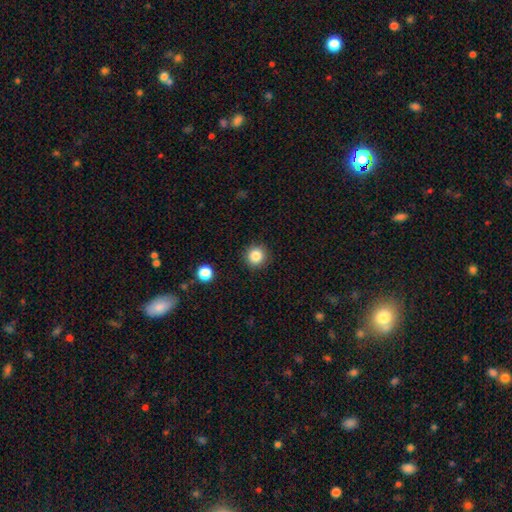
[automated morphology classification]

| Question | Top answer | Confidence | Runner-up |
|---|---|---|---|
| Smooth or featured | smooth | 84% | star or artifact (11%) |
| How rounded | round | 94% | in between (5%) |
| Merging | none | 91% | minor disturbance (6%) |